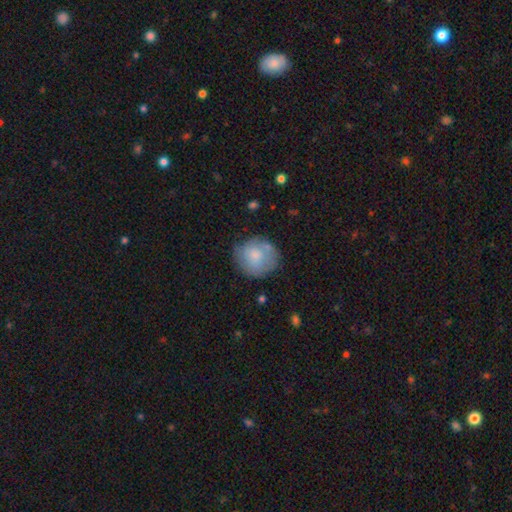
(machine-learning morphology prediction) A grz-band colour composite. It shows a smooth galaxy with no disk features (68%) that is round (87%). Merging: none (64%).